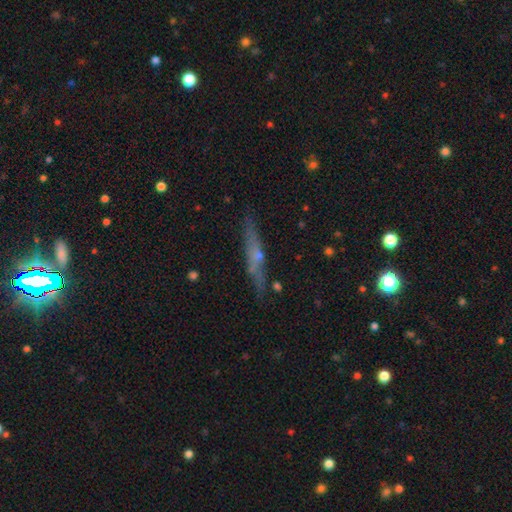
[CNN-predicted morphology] Smooth or featured? featured or disk (53%)
Edge-on disk? yes (87%)
Merging? none (79%)